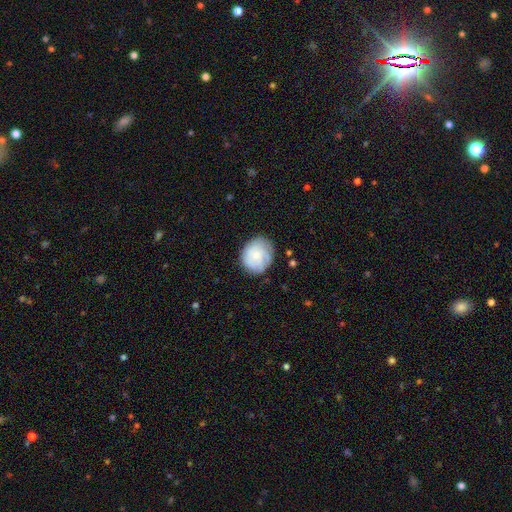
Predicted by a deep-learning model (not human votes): Smooth or featured? smooth (58%)
How rounded? round (71%)
Merging? none (74%)